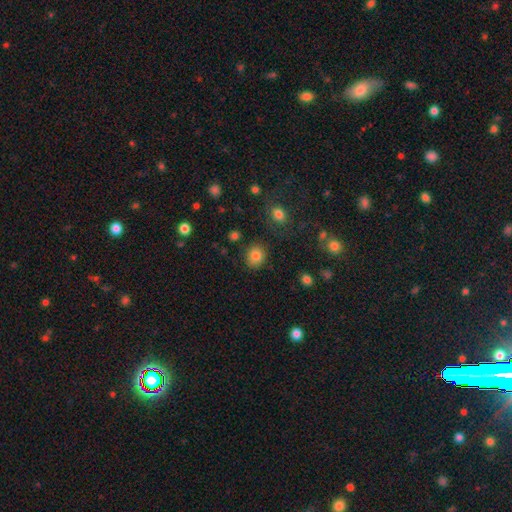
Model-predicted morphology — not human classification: A smooth galaxy with no disk features (82%) that is round (77%). Merging: none (85%).